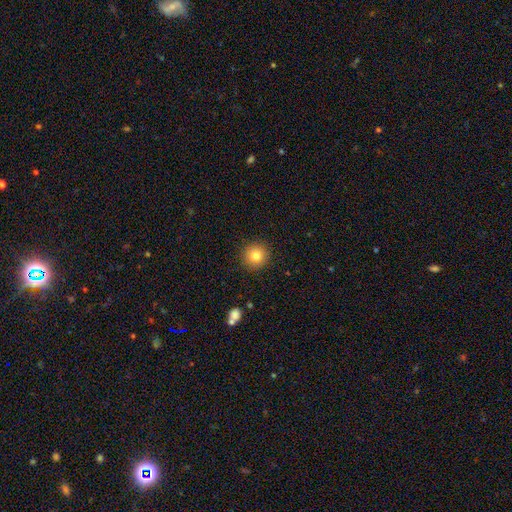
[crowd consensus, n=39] smooth-or-featured: smooth: 82% | star or artifact: 10% | featured or disk: 8%
  how-rounded: round: 94% | in between: 6% | cigar-shaped: 0%
  merging: none: 89% | minor disturbance: 9% | major disturbance: 3% | merger: 0%